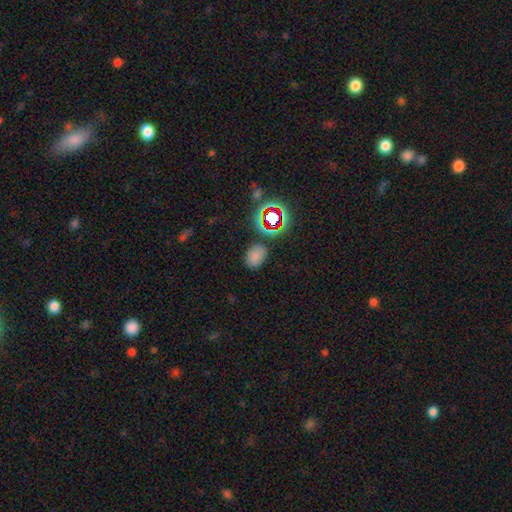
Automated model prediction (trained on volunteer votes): Morphology: type=smooth (70%); roundness=in between (69%); merging=none (77%).